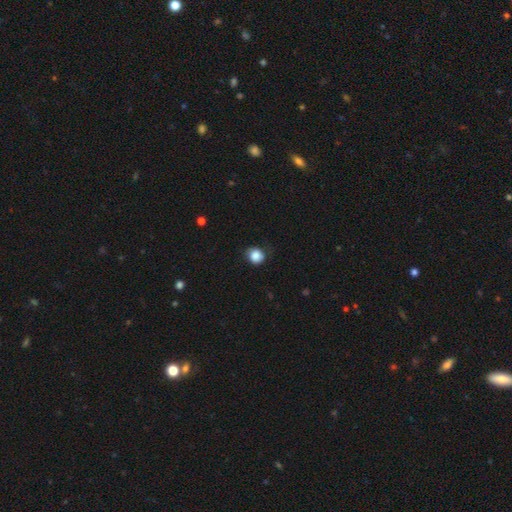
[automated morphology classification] A smooth galaxy with no disk features (86%) that is round (82%).

Vote fractions:
- Smooth or featured? smooth: 86% / star or artifact: 9% / featured or disk: 5%
- How rounded? round: 82% / in between: 17% / cigar-shaped: 1%
- Merging? none: 74% / minor disturbance: 20% / major disturbance: 5% / merger: 1%